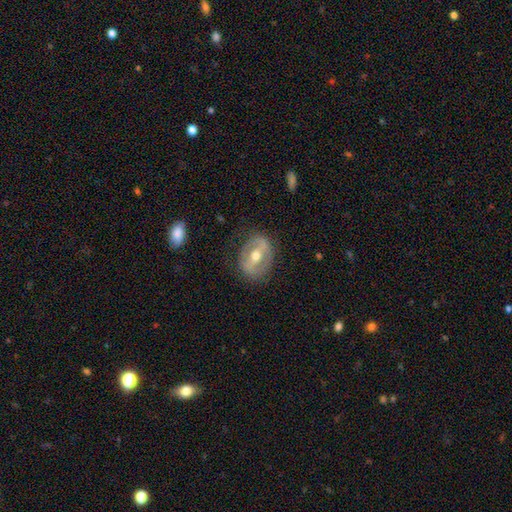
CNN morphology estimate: A featured or disk galaxy (68%) with a strong bar (57%), no spiral arms (63%) and a moderate central bulge (71%).

Vote fractions:
- Smooth or featured? featured or disk: 68% / smooth: 25% / star or artifact: 6%
- Edge-on disk? no: 91% / yes: 9%
- Bar? strong: 57% / weak: 28% / no: 15%
- Spiral arms? no: 63% / yes: 37%
- Bulge size? moderate: 71% / small: 23% / large: 4% / none: 1% / dominant: 1%
- Merging? none: 79% / minor disturbance: 14% / major disturbance: 6% / merger: 1%